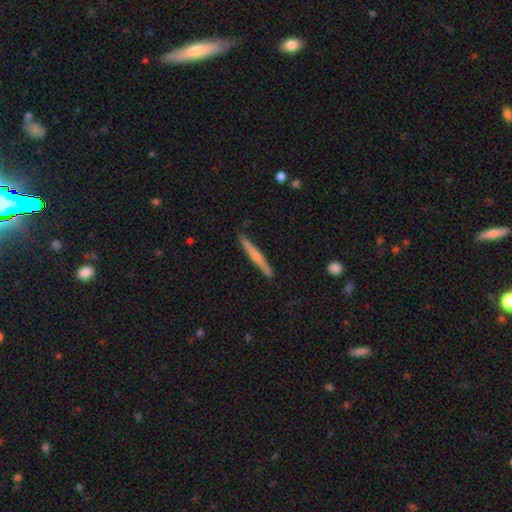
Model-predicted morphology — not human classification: This is possibly a featured or disk galaxy (55%). It is clearly viewed edge-on (97%). Edge-on bulge: likely rounded (64%). Merging: clearly none (89%).